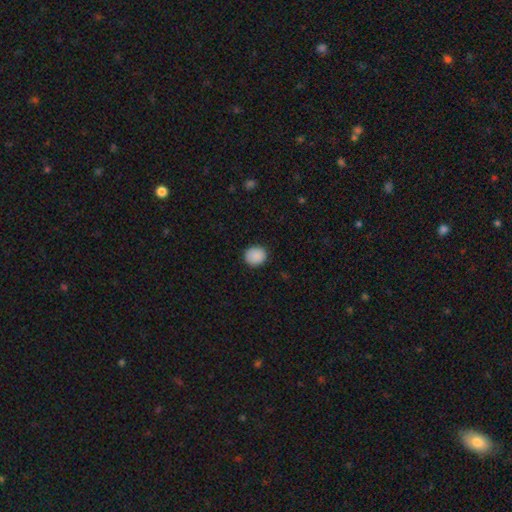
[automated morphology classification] Smooth or featured? smooth (90%)
How rounded? round (77%)
Merging? none (90%)